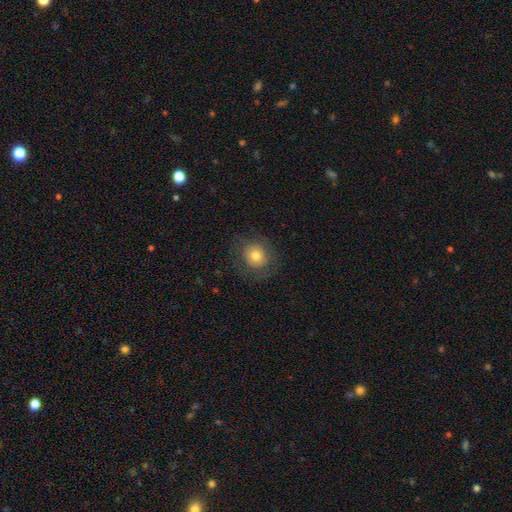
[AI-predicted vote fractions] Overall: smooth (72%). How rounded: round (86%). Merging: none (79%).